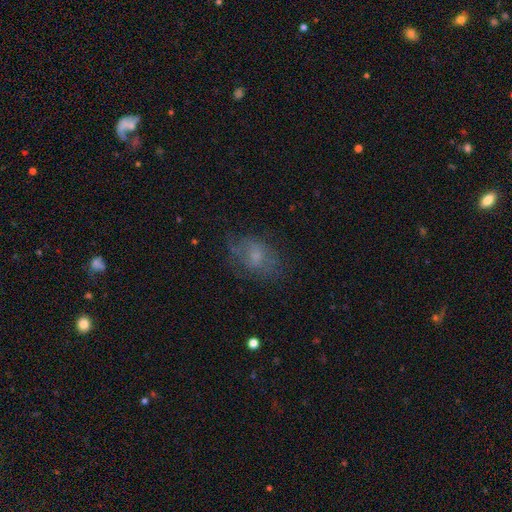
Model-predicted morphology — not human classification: Overall: smooth (52%; featured or disk 34%). How rounded: in between (71%). Merging: none (58%; minor disturbance 23%).